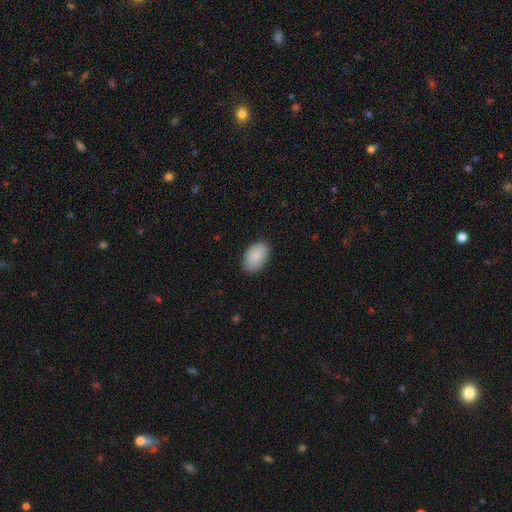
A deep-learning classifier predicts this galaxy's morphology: smooth 89%, star or artifact 6%, featured or disk 5%. Down the decision tree: how rounded — in between (93%); merging — none (86%).